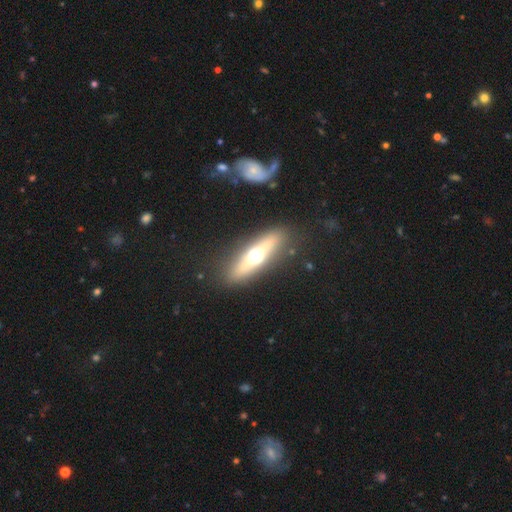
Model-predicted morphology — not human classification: Smooth or featured?
  - featured or disk: 50% *
  - smooth: 41%
  - star or artifact: 10%
Merging?
  - none: 85% *
  - minor disturbance: 9%
  - major disturbance: 4%
  - merger: 2%